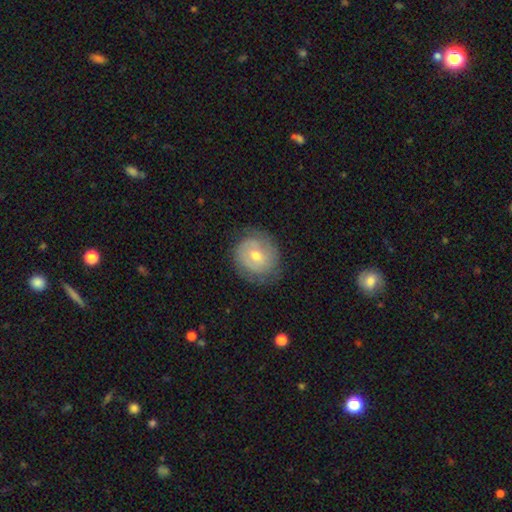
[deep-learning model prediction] Smooth or featured: featured or disk — 53% (smooth — 40%)
Edge-on disk: no — 96% (yes — 4%)
Bar: no — 63% (weak — 30%)
Spiral arms: yes — 68% (no — 32%)
Bulge size: moderate — 61% (small — 34%)
Merging: none — 71% (minor disturbance — 20%)